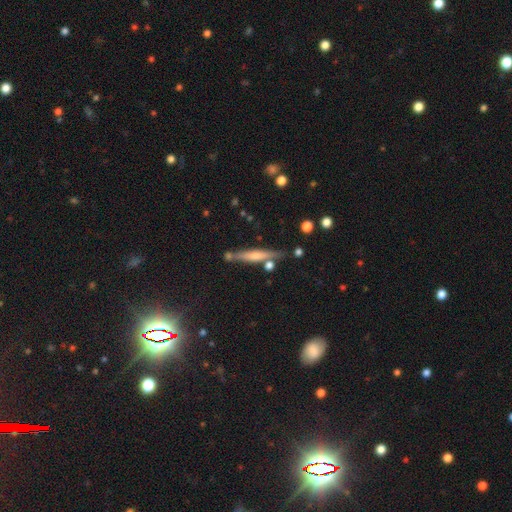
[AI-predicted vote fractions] Smooth or featured?
  - featured or disk: 47% *
  - smooth: 46%
  - star or artifact: 7%
Merging?
  - none: 75% *
  - minor disturbance: 13%
  - merger: 9%
  - major disturbance: 3%